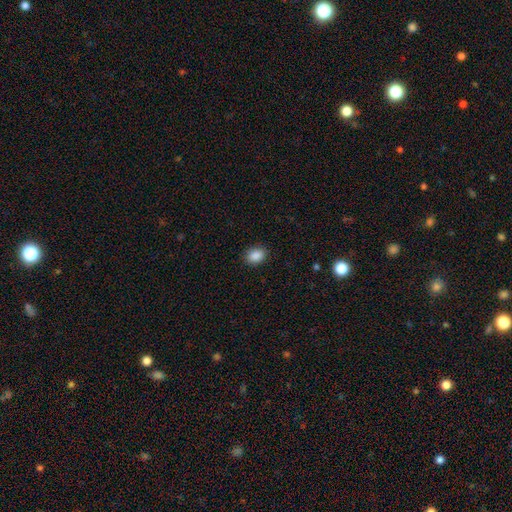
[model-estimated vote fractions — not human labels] A smooth galaxy with no disk features (89%) that is in between round and cigar-shaped (70%). Merging: none (89%).